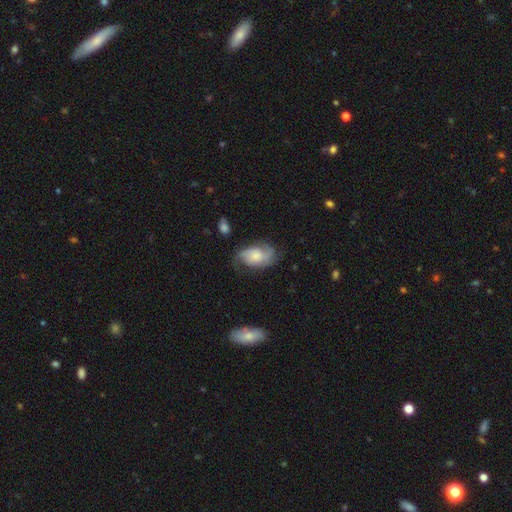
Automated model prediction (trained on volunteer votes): smooth_or_featured: featured or disk (p=0.55) [alt: smooth p=0.37]
disk_edge_on: no (p=0.95) [alt: yes p=0.05]
bar: no (p=0.72) [alt: weak p=0.24]
has_spiral_arms: yes (p=0.87) [alt: no p=0.13]
bulge_size: moderate (p=0.36) [alt: small p=0.27]
merging: none (p=0.57) [alt: minor disturbance p=0.27]